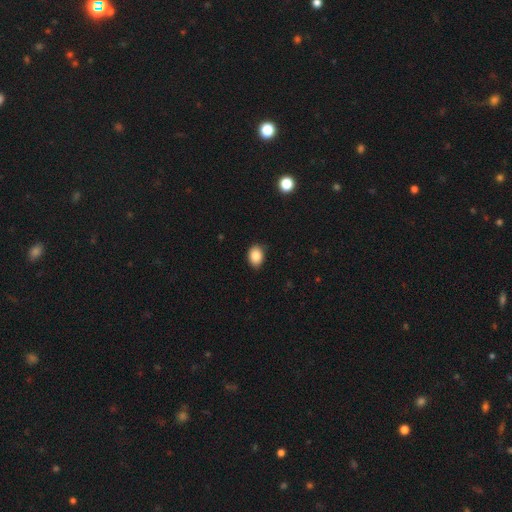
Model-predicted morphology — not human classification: type=smooth (86%); roundness=in between (68%); merging=none (85%).